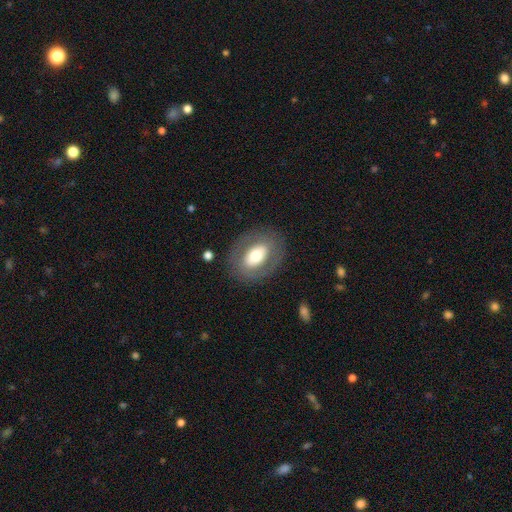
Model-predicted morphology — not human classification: type=smooth (51%); roundness=in between (78%); merging=none (81%).